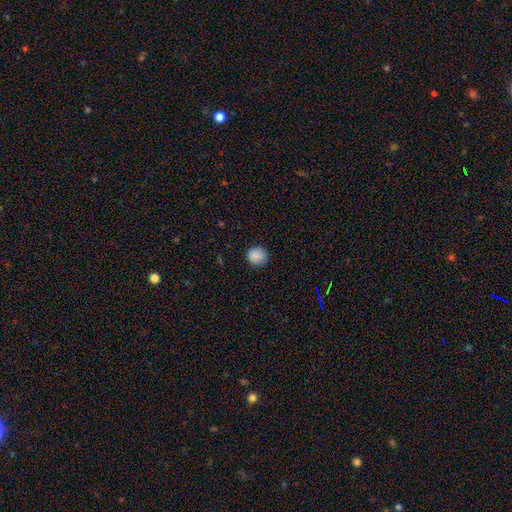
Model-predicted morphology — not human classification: Q: Smooth or featured?
A: smooth (87%); runner-up: star or artifact (9%)
Q: How rounded?
A: round (92%); runner-up: in between (7%)
Q: Merging?
A: none (87%); runner-up: minor disturbance (10%)